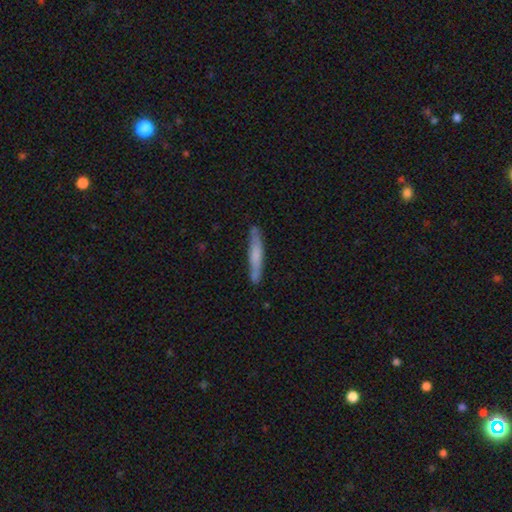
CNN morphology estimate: Overall: smooth (61%; featured or disk 33%). How rounded: cigar-shaped (94%). Merging: none (82%).